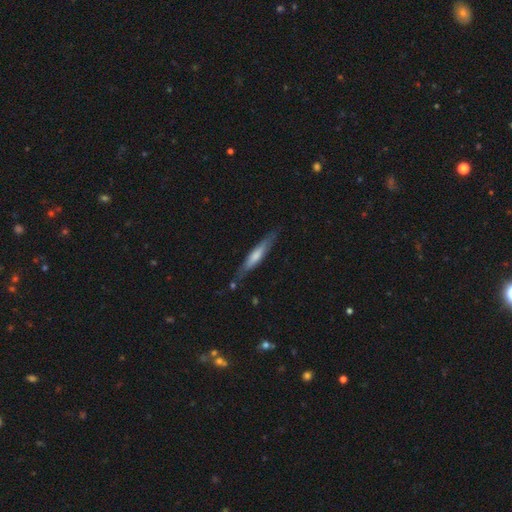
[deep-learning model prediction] smooth-or-featured: smooth: 57% | featured or disk: 38% | star or artifact: 5%
  how-rounded: cigar-shaped: 89% | in between: 10% | round: 1%
  merging: none: 75% | minor disturbance: 18% | major disturbance: 4% | merger: 3%